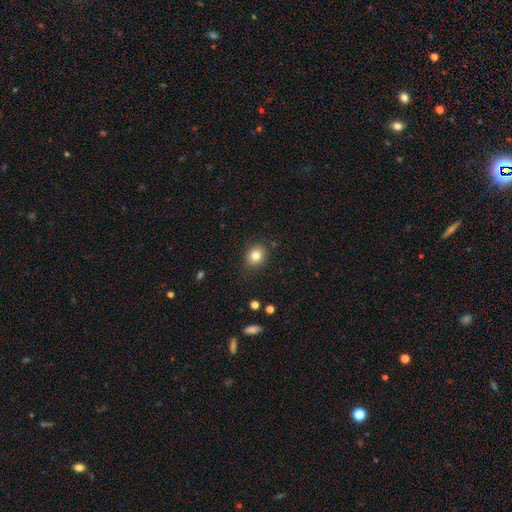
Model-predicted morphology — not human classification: smooth_or_featured: smooth (p=0.81) [alt: star or artifact p=0.11]
how_rounded: round (p=0.65) [alt: in between p=0.35]
merging: none (p=0.84) [alt: minor disturbance p=0.12]